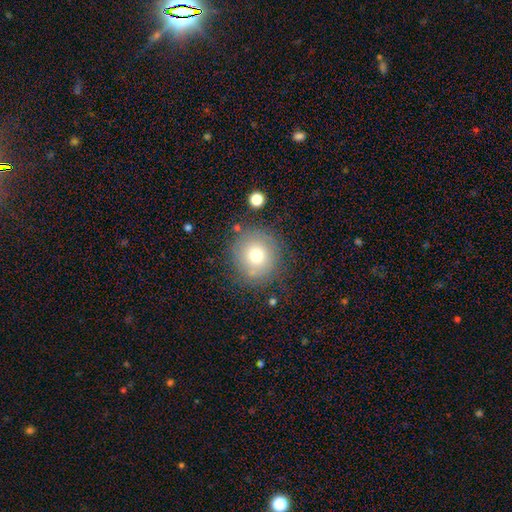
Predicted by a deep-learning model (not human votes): Smooth or featured?
  - smooth: 72% *
  - featured or disk: 16%
  - star or artifact: 12%
How rounded?
  - round: 92% *
  - in between: 7%
  - cigar-shaped: 1%
Merging?
  - none: 78% *
  - minor disturbance: 13%
  - major disturbance: 5%
  - merger: 4%